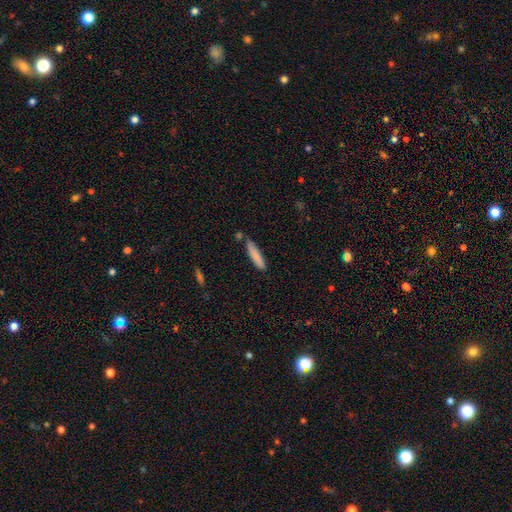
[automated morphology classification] Smooth or featured? Predicted: smooth (p=0.82). How rounded? Predicted: cigar-shaped (p=0.84). Merging? Predicted: none (p=0.77).